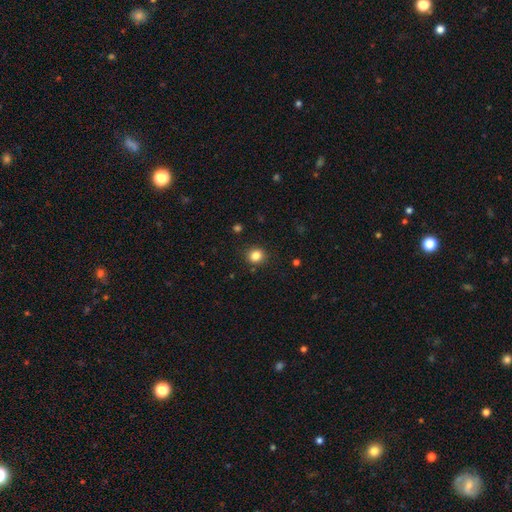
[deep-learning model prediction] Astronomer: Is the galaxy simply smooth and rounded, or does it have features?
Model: smooth — 83%.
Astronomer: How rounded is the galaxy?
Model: round — 85%.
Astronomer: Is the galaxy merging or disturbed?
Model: none — 89%.